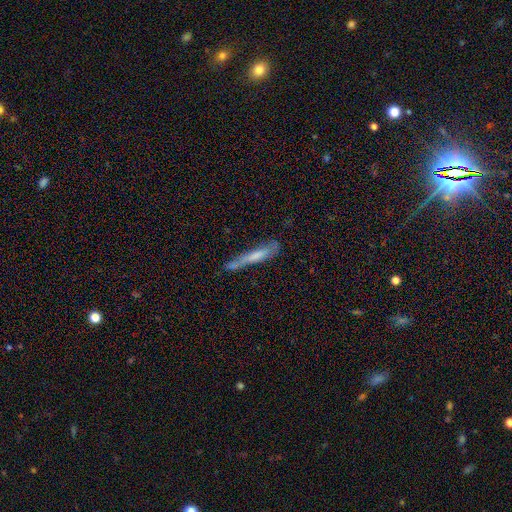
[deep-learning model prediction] A smooth galaxy with no disk features (59%) that is cigar-shaped (92%).

Vote fractions:
- Smooth or featured? smooth: 59% / featured or disk: 34% / star or artifact: 6%
- How rounded? cigar-shaped: 92% / in between: 7% / round: 1%
- Merging? none: 50% / minor disturbance: 29% / major disturbance: 12% / merger: 9%